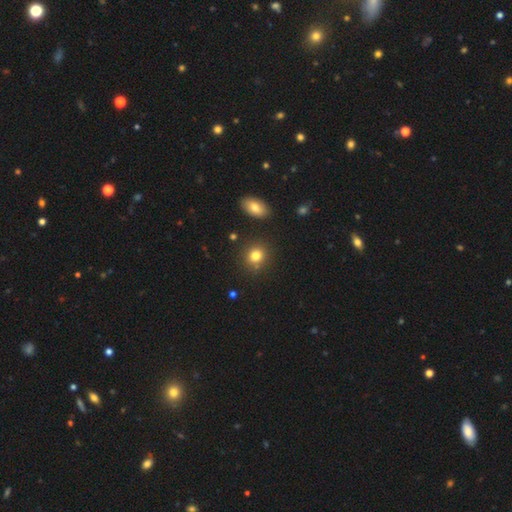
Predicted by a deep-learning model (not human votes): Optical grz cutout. It shows a smooth galaxy with no disk features (81%) that is round (76%). Merging: none (84%).